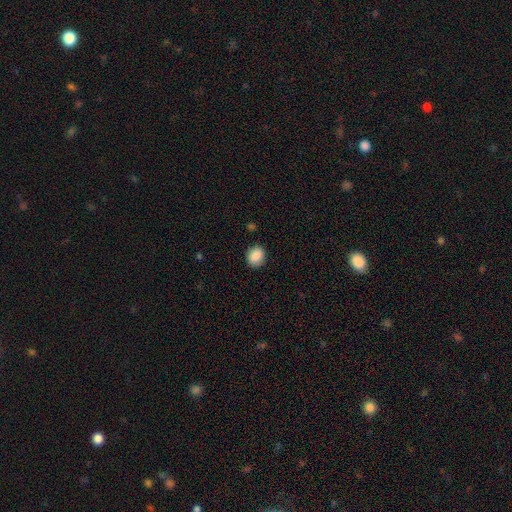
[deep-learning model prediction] A smooth galaxy with no disk features (88%) that is round (63%).

Vote fractions:
- Smooth or featured? smooth: 88% / star or artifact: 8% / featured or disk: 4%
- How rounded? round: 63% / in between: 36% / cigar-shaped: 1%
- Merging? none: 85% / minor disturbance: 11% / major disturbance: 3% / merger: 1%